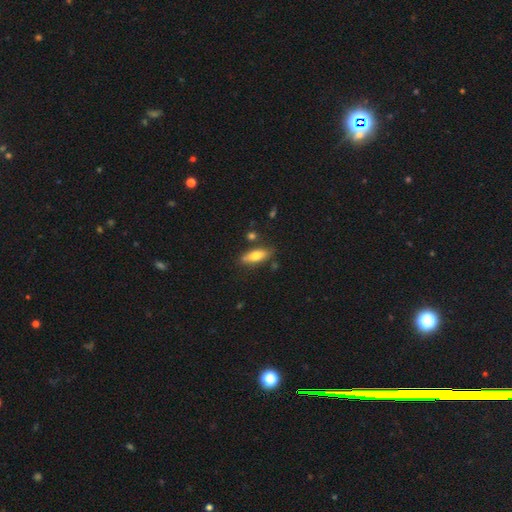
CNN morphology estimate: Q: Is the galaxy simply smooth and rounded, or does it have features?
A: smooth — 71%.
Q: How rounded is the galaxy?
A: in between — 67%.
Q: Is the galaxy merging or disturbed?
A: none — 77%.